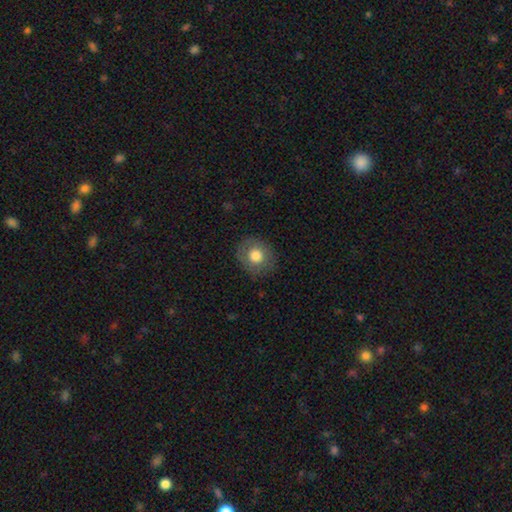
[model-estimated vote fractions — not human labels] smooth-or-featured: smooth: 75% | featured or disk: 16% | star or artifact: 8%
  how-rounded: round: 80% | in between: 19% | cigar-shaped: 1%
  merging: none: 85% | minor disturbance: 10% | major disturbance: 3% | merger: 1%